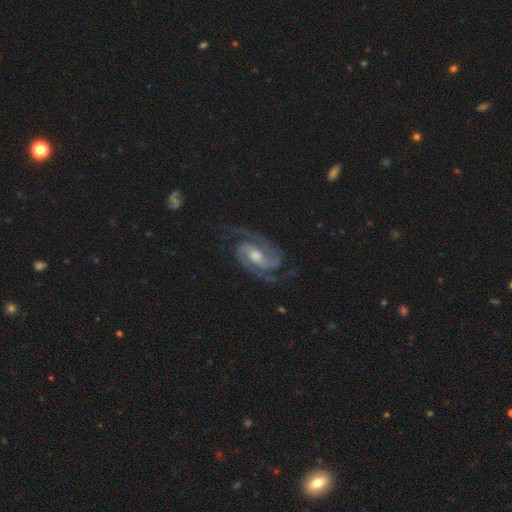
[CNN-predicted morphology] The model was most divided on "spiral winding": medium: 52%, tight: 38%, loose: 10%. Remaining: spiral arms — yes (98%); edge-on disk — no (98%); smooth or featured — featured or disk (93%); spiral arm count — 2 (90%); merging — none (77%); bulge size — moderate (63%); bar — weak (46%).